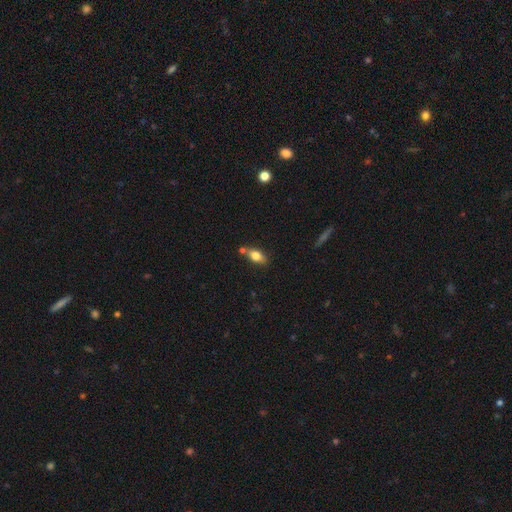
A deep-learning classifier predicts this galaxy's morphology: A smooth galaxy with no disk features (73%) that is in between round and cigar-shaped (83%). Merging: none (67%).